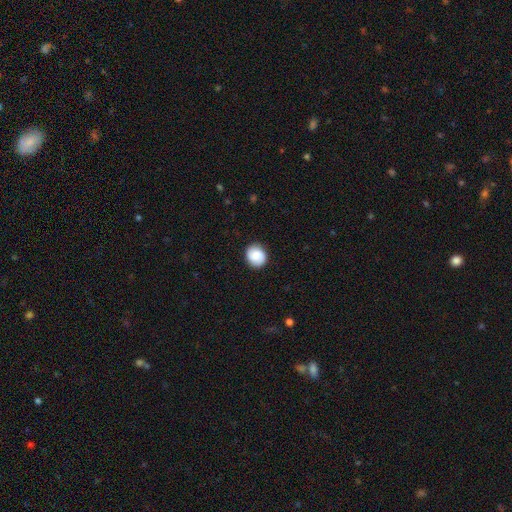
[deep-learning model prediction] Smooth or featured?
  - smooth: 72% *
  - featured or disk: 20%
  - star or artifact: 8%
How rounded?
  - round: 78% *
  - in between: 21%
  - cigar-shaped: 1%
Merging?
  - none: 86% *
  - minor disturbance: 10%
  - major disturbance: 3%
  - merger: 1%